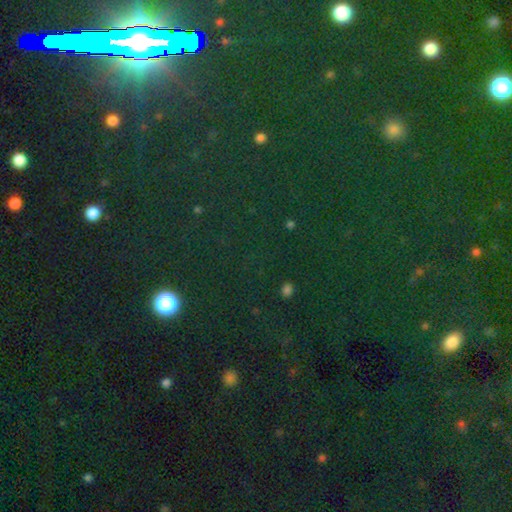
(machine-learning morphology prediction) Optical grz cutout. It shows a star or artifact, not a galaxy (75%).